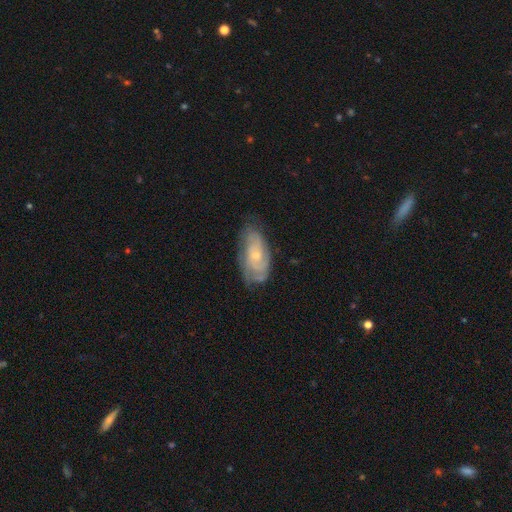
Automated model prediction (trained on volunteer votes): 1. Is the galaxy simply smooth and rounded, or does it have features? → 70% featured or disk, 24% smooth, 6% star or artifact.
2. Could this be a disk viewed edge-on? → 94% no, 6% yes.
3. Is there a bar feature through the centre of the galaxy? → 73% no, 24% weak, 4% strong.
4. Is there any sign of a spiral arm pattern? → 86% yes, 14% no.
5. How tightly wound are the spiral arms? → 61% tight, 30% medium, 9% loose.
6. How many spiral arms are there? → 49% can't tell, 25% 2, 13% 3, 6% 4, 4% 1, 3% more than 4.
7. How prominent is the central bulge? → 57% small, 37% moderate, 3% none, 2% large, 1% dominant.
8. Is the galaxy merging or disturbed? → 64% none, 26% minor disturbance, 9% major disturbance, 1% merger.